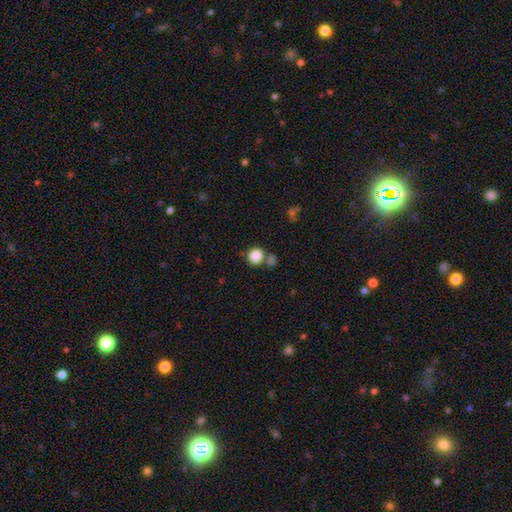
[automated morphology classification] Q: Smooth or featured?
A: smooth (86%); runner-up: star or artifact (10%)
Q: How rounded?
A: round (88%); runner-up: in between (11%)
Q: Merging?
A: none (64%); runner-up: merger (21%)